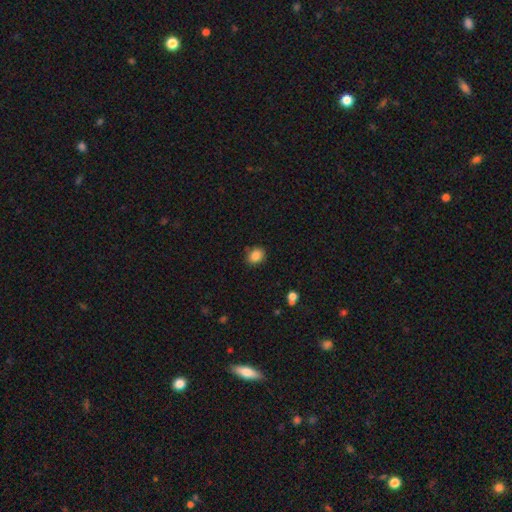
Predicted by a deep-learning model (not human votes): Smooth or featured: smooth — 86% (star or artifact — 10%)
How rounded: round — 55% (in between — 45%)
Merging: none — 85% (minor disturbance — 11%)